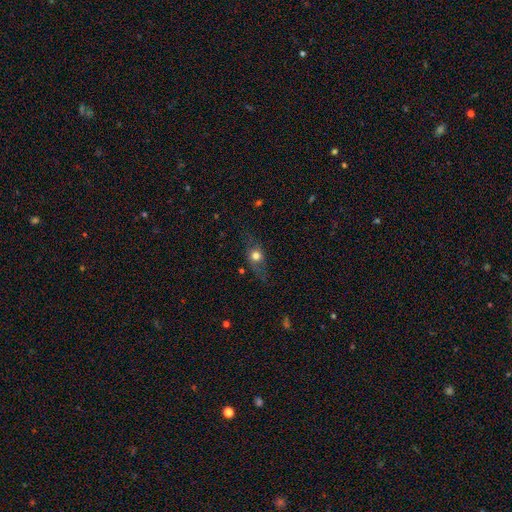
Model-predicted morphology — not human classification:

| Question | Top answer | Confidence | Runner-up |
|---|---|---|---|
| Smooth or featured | smooth | 53% | featured or disk (35%) |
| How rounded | round | 43% | in between (41%) |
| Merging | none | 71% | minor disturbance (18%) |